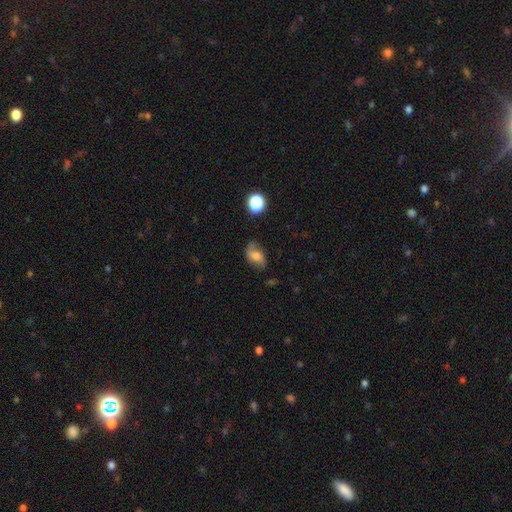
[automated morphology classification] Q: Smooth or featured?
A: featured or disk (52%); runner-up: smooth (36%)
Q: Edge-on disk?
A: no (95%); runner-up: yes (5%)
Q: Bar?
A: no (50%); runner-up: weak (38%)
Q: Spiral arms?
A: yes (88%); runner-up: no (12%)
Q: Bulge size?
A: moderate (45%); runner-up: small (27%)
Q: Merging?
A: none (66%); runner-up: minor disturbance (23%)